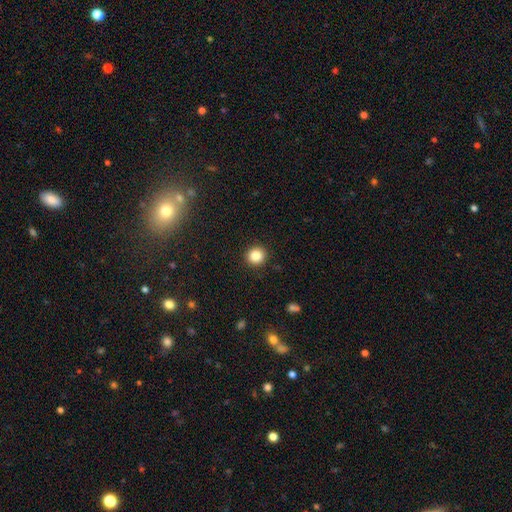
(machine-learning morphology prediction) smooth_or_featured: smooth (p=0.85) [alt: star or artifact p=0.11]
how_rounded: round (p=0.92) [alt: in between p=0.07]
merging: none (p=0.92) [alt: minor disturbance p=0.05]